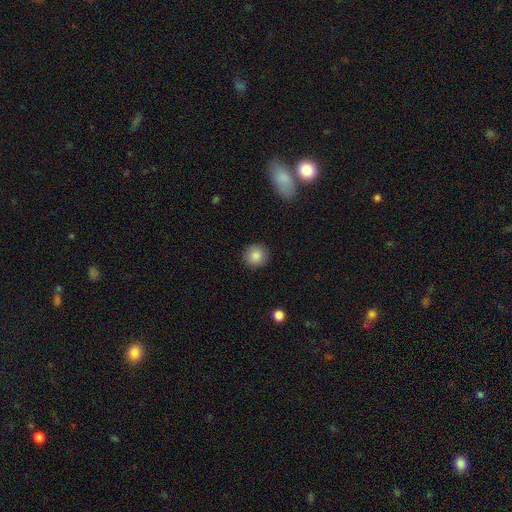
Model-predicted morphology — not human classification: smooth 86%, star or artifact 8%, featured or disk 5%. Down the decision tree: how rounded — round (92%); merging — none (91%).